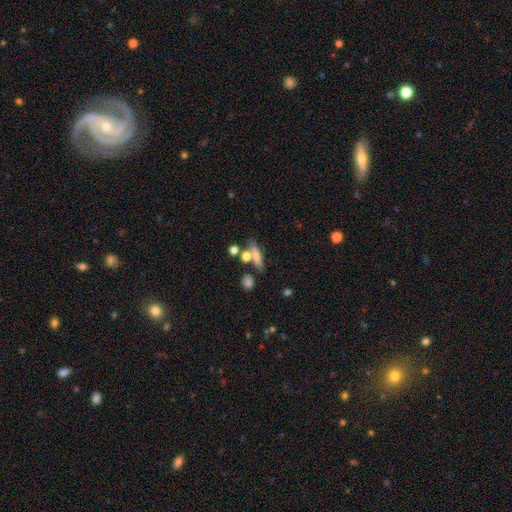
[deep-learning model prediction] Overall: smooth (67%). How rounded: cigar-shaped (52%; in between 37%). Merging: none (58%; merger 22%).